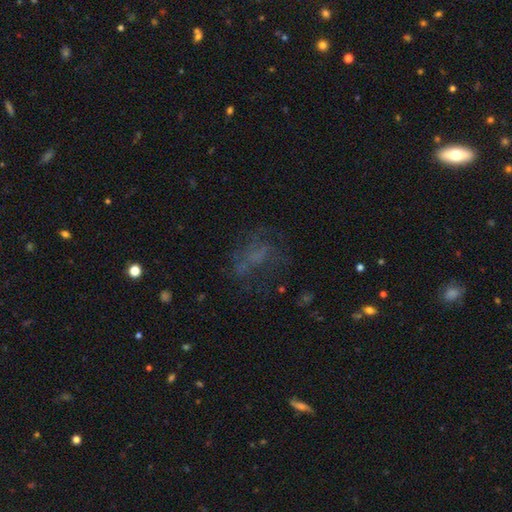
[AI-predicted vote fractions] This appears to be a featured or disk galaxy (36%). Merging: none (49%).